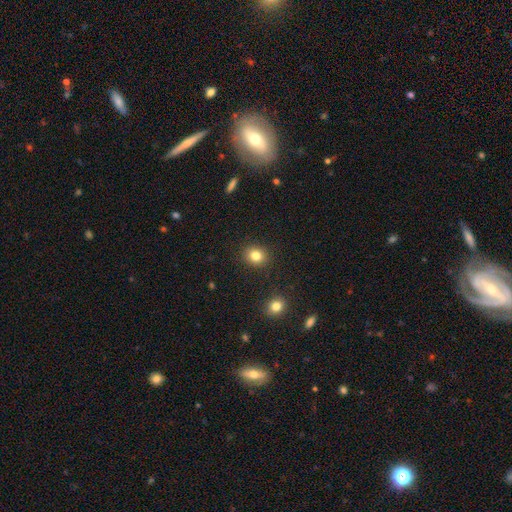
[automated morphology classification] The model was most divided on "how rounded": round: 68%, in between: 31%, cigar-shaped: 1%. More confident: merging — none (89%); smooth or featured — smooth (82%).